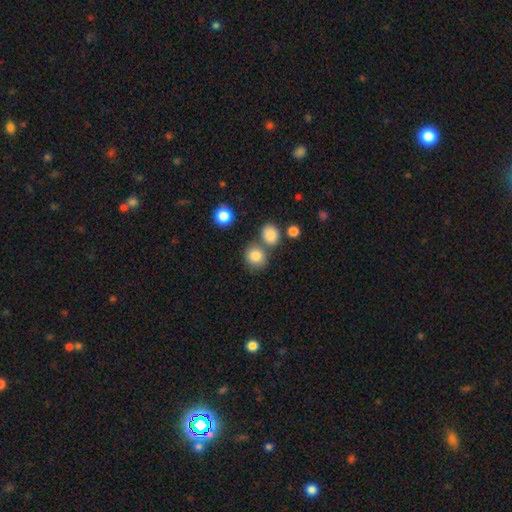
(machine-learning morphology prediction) The model was most divided on "merging": none: 65%, merger: 21%, minor disturbance: 10%, major disturbance: 4%. More confident: smooth or featured — smooth (84%); how rounded — round (77%).